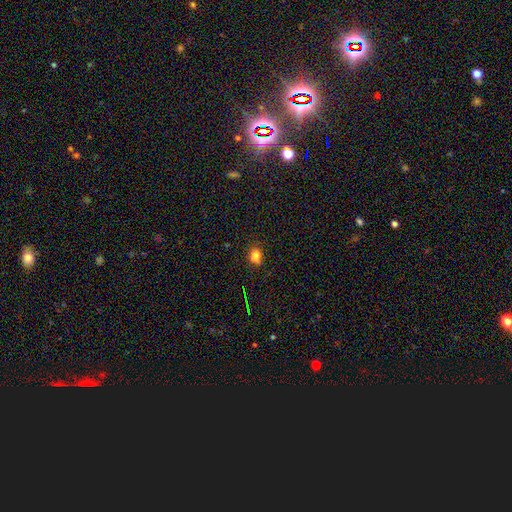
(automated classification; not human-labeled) This is likely a smooth galaxy (75%). How rounded: possibly in between (54%). Merging: likely none (66%).